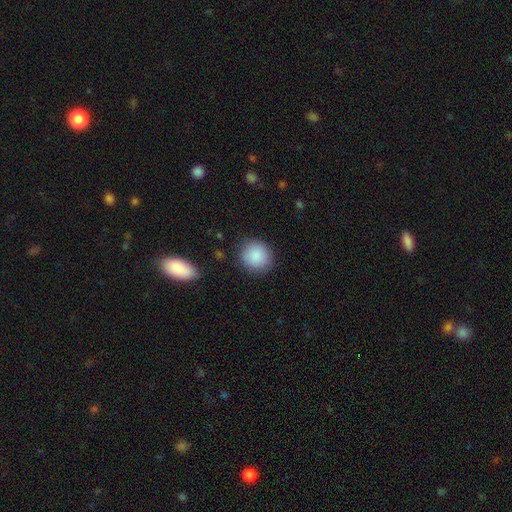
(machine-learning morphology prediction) smooth-or-featured: smooth: 89% | star or artifact: 8% | featured or disk: 4%
  how-rounded: round: 89% | in between: 10% | cigar-shaped: 1%
  merging: none: 87% | minor disturbance: 9% | major disturbance: 3% | merger: 1%